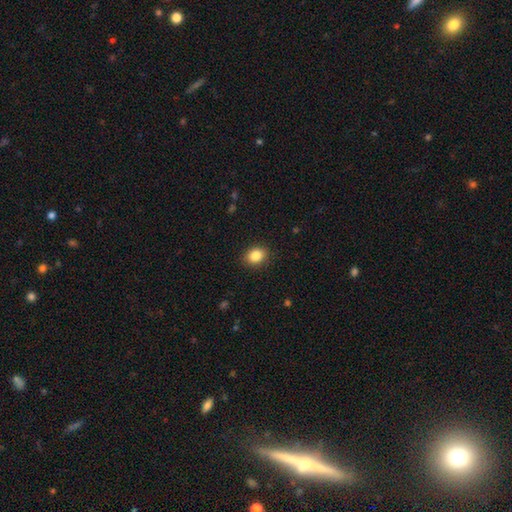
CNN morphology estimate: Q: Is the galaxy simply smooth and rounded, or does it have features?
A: smooth — 86%.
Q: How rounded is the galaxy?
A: in between — 54%.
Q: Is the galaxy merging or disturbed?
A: none — 89%.